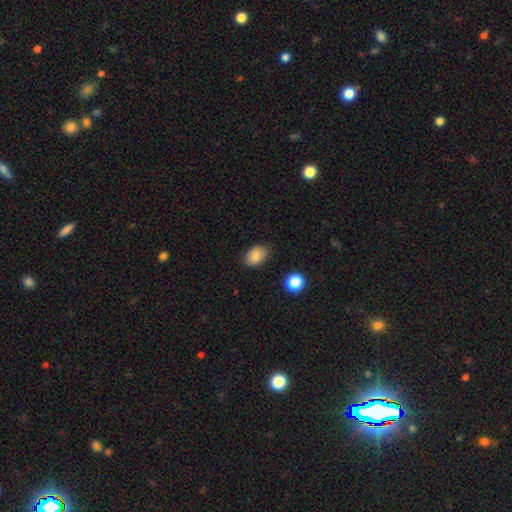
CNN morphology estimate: A smooth galaxy with no disk features (83%) that is in between round and cigar-shaped (79%).

Vote fractions:
- Smooth or featured? smooth: 83% / featured or disk: 8% / star or artifact: 8%
- How rounded? in between: 79% / round: 20% / cigar-shaped: 1%
- Merging? none: 81% / minor disturbance: 14% / major disturbance: 3% / merger: 2%